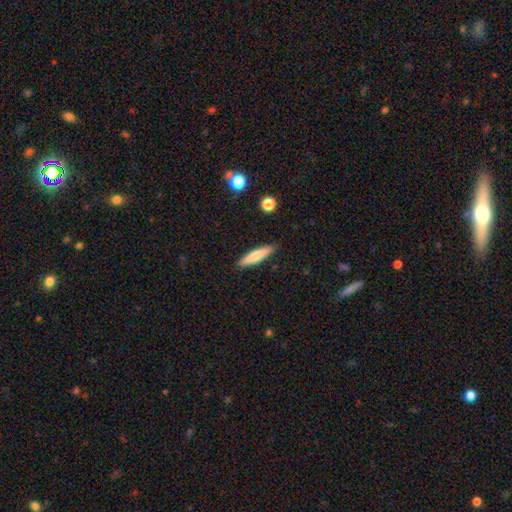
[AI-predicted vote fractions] This appears to be a smooth galaxy with no disk features (73%) that is cigar-shaped (83%). Merging: none (88%).